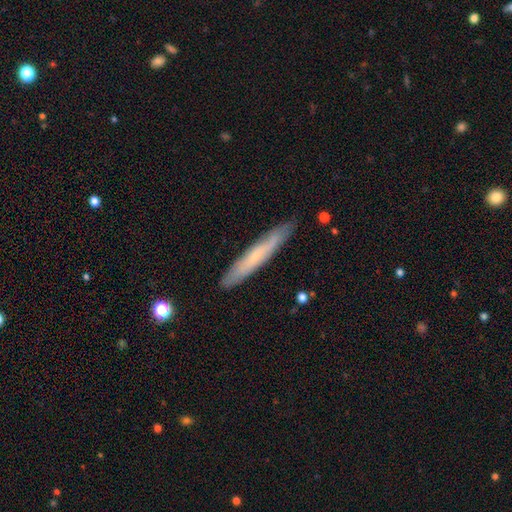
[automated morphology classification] Smooth or featured? smooth (52%)
How rounded? cigar-shaped (94%)
Merging? none (86%)